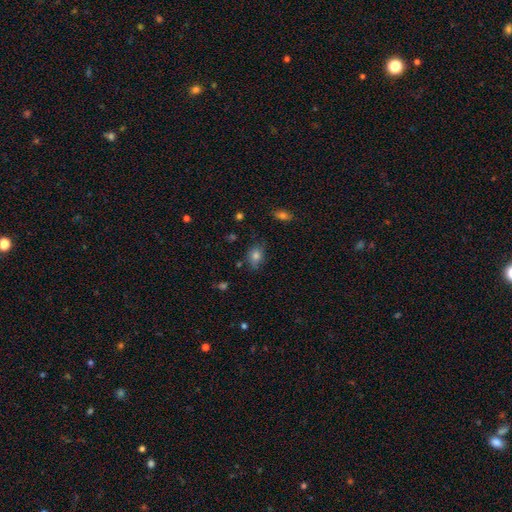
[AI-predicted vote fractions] A smooth galaxy with no disk features (77%) that is in between round and cigar-shaped (64%). Merging: none (69%).